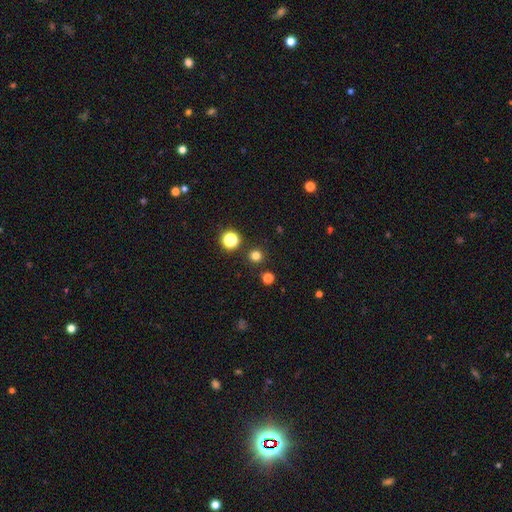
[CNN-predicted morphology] This appears to be a smooth galaxy with no disk features (77%) that is round (95%). Merging: none (90%).